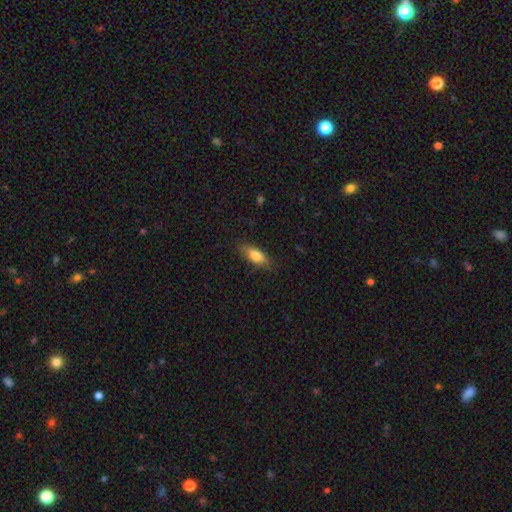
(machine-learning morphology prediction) This appears to be a smooth galaxy with no disk features (75%) that is in between round and cigar-shaped (69%). Merging: none (84%).